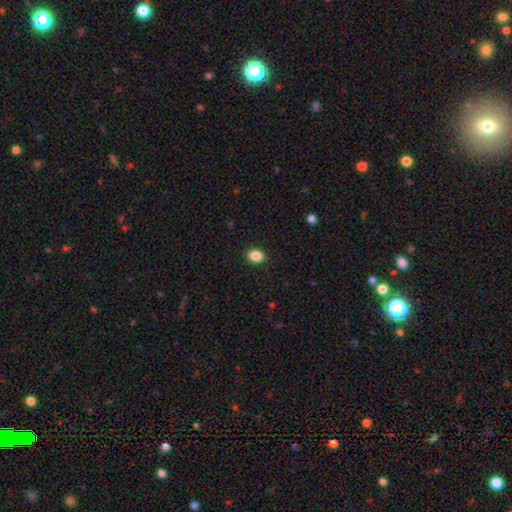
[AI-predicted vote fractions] Smooth or featured? smooth (87%)
How rounded? in between (54%)
Merging? none (91%)